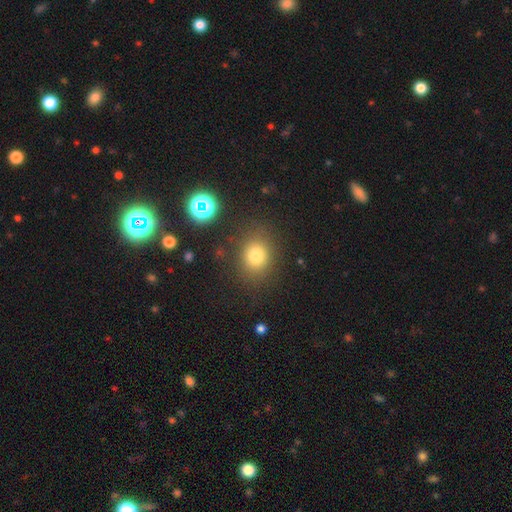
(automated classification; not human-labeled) Overall: smooth (77%). How rounded: round (62%; in between 37%). Merging: none (81%).